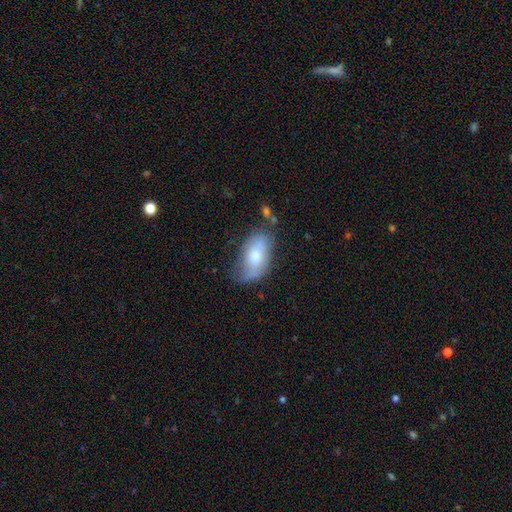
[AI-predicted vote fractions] Smooth or featured: smooth — 61% (featured or disk — 32%)
How rounded: in between — 92% (cigar-shaped — 4%)
Merging: none — 53% (minor disturbance — 32%)